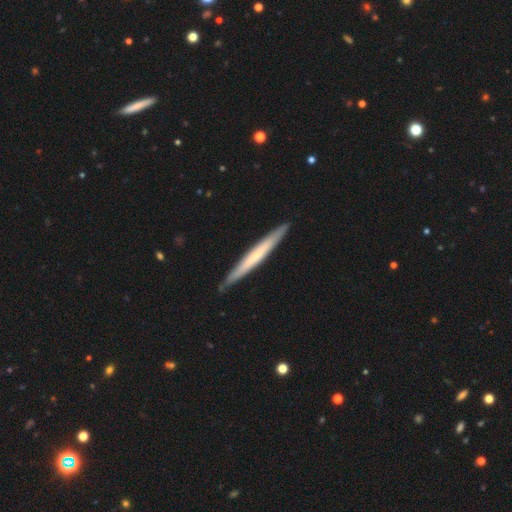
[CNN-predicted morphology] This is possibly a featured or disk galaxy (48%). Merging: clearly none (89%).